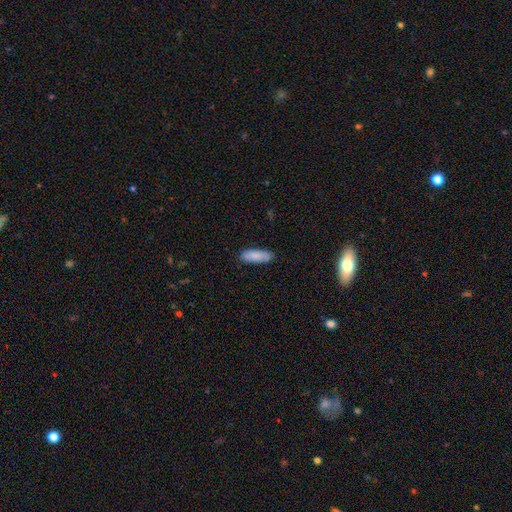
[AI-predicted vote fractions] A smooth galaxy with no disk features (87%) that is in between round and cigar-shaped (61%). Merging: none (84%).